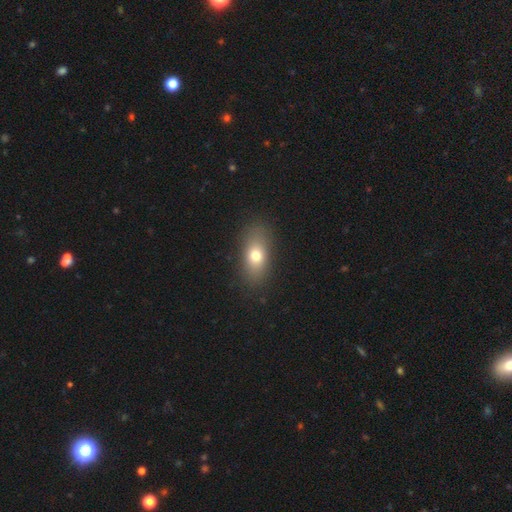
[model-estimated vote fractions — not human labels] Q: Smooth or featured?
A: smooth (72%); runner-up: featured or disk (17%)
Q: How rounded?
A: in between (80%); runner-up: round (11%)
Q: Merging?
A: none (85%); runner-up: minor disturbance (10%)